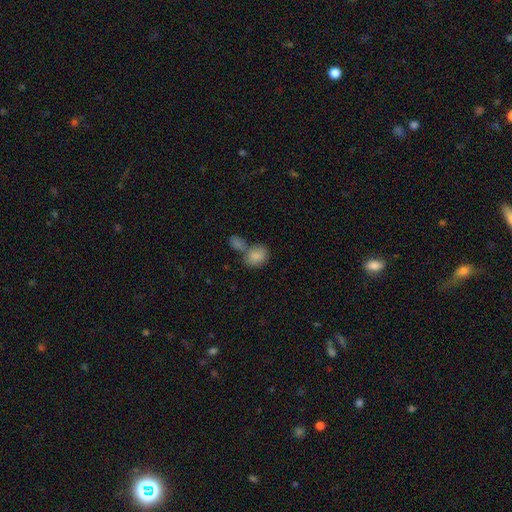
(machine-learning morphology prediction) A smooth galaxy with no disk features (85%) that is in between round and cigar-shaped (64%).

Vote fractions:
- Smooth or featured? smooth: 85% / star or artifact: 8% / featured or disk: 8%
- How rounded? in between: 64% / round: 34% / cigar-shaped: 1%
- Merging? merger: 52% / none: 32% / minor disturbance: 11% / major disturbance: 5%